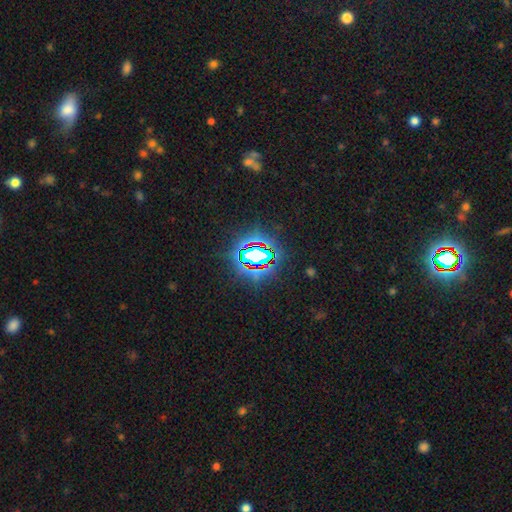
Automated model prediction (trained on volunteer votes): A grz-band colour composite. It shows a star or artifact, not a galaxy (72%).